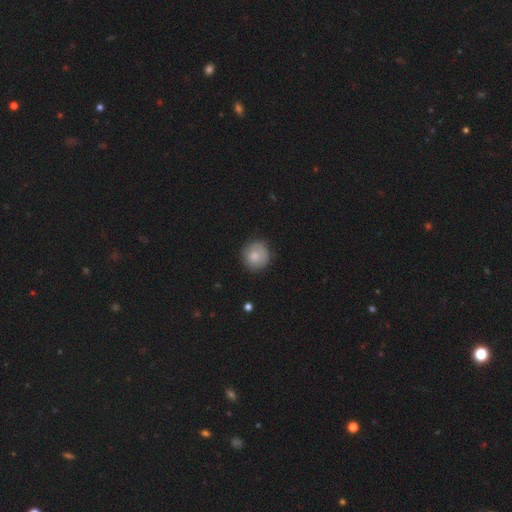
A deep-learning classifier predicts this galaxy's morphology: Smooth or featured?
  - smooth: 76% *
  - featured or disk: 16%
  - star or artifact: 7%
How rounded?
  - round: 92% *
  - in between: 7%
  - cigar-shaped: 1%
Merging?
  - none: 79% *
  - minor disturbance: 16%
  - major disturbance: 4%
  - merger: 1%